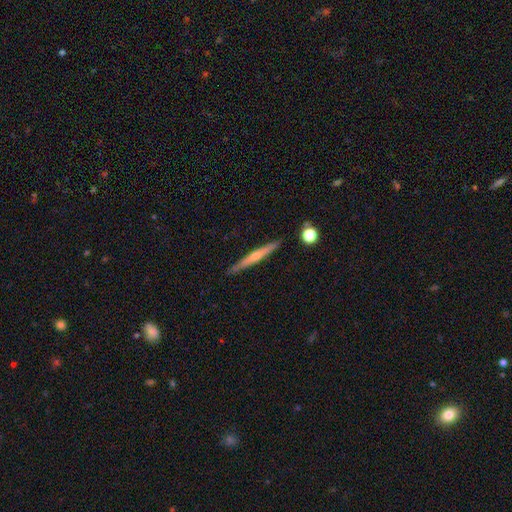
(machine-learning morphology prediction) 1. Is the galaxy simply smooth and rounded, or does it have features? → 64% featured or disk, 29% smooth, 7% star or artifact.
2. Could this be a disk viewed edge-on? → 97% yes, 3% no.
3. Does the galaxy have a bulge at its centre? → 71% rounded, 25% none, 4% boxy.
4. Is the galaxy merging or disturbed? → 90% none, 7% minor disturbance, 2% merger, 1% major disturbance.